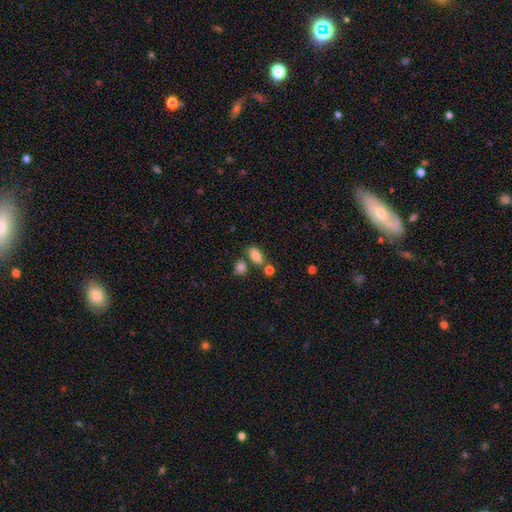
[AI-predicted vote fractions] This is likely a smooth galaxy (80%). How rounded: clearly in between (85%). Merging: likely none (64%).